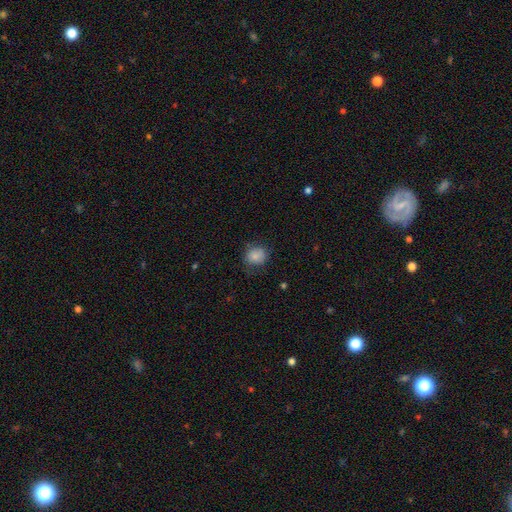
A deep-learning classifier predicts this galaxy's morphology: A smooth galaxy with no disk features (84%) that is round (73%). Merging: none (68%).